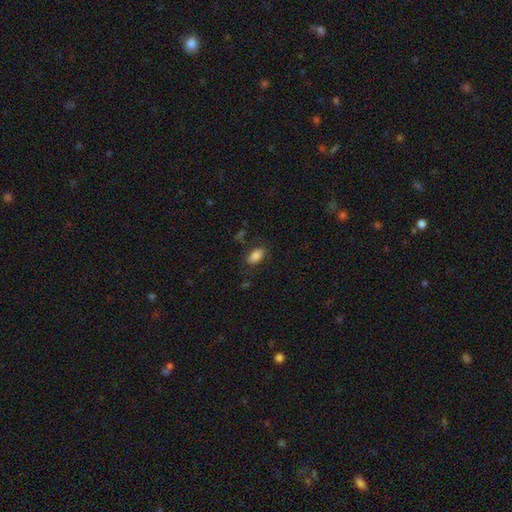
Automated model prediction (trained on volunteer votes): A smooth galaxy with no disk features (82%) that is in between round and cigar-shaped (92%). Merging: none (78%).